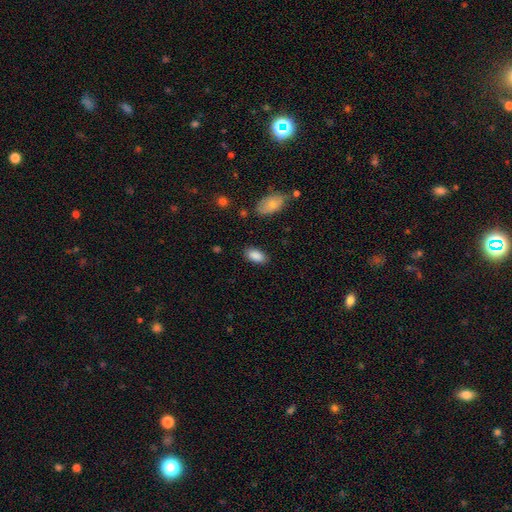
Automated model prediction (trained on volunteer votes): Smooth or featured? Predicted: smooth (p=0.88). How rounded? Predicted: in between (p=0.93). Merging? Predicted: none (p=0.85).